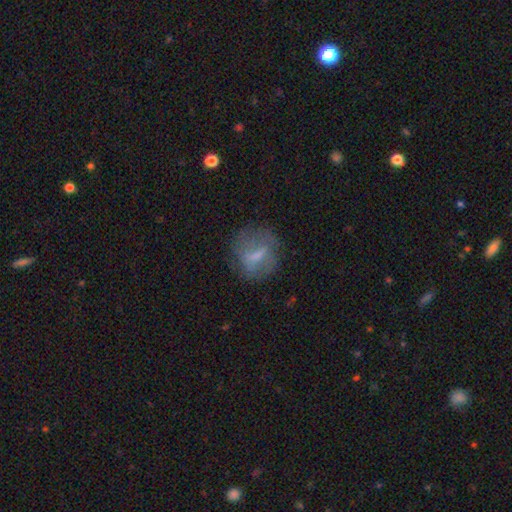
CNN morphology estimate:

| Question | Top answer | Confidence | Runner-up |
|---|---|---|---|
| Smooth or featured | smooth | 46% | featured or disk (44%) |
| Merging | none | 68% | minor disturbance (18%) |